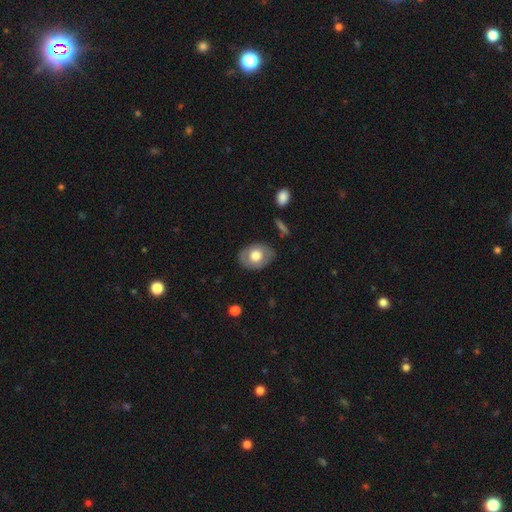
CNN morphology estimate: Smooth or featured? smooth (61%)
How rounded? in between (68%)
Merging? none (80%)